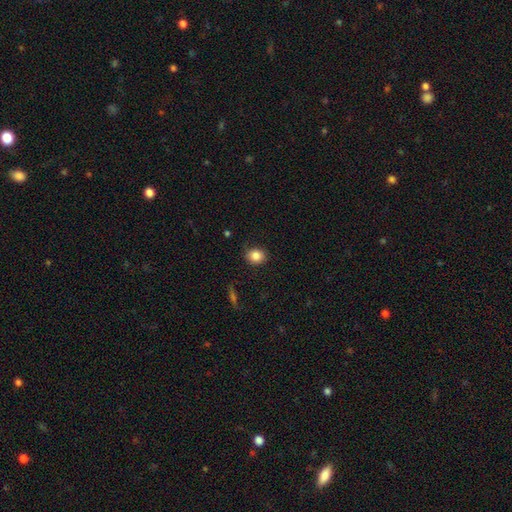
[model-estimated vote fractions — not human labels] Q: Smooth or featured?
A: smooth (85%); runner-up: star or artifact (9%)
Q: How rounded?
A: round (63%); runner-up: in between (36%)
Q: Merging?
A: none (83%); runner-up: minor disturbance (13%)